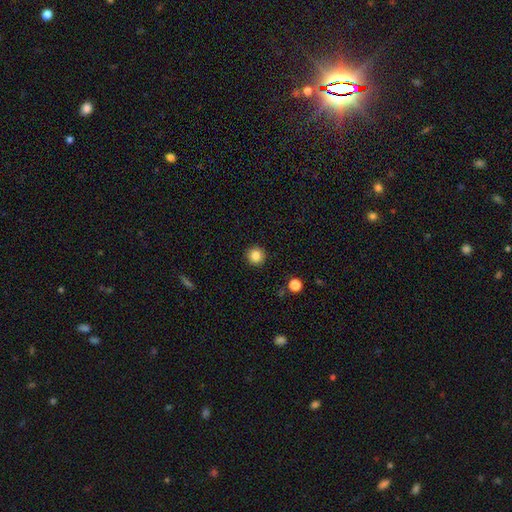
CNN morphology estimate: The model was most divided on "smooth or featured": smooth: 85%, star or artifact: 11%, featured or disk: 4%. More confident: how rounded — round (95%); merging — none (92%).